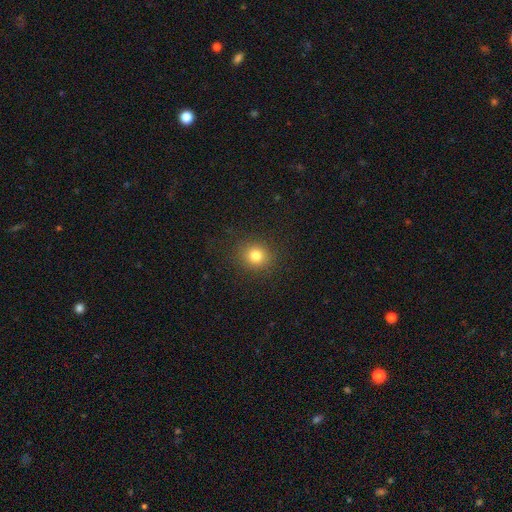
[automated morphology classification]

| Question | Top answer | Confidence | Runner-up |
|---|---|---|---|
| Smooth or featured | smooth | 80% | star or artifact (14%) |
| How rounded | round | 85% | in between (14%) |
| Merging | none | 89% | minor disturbance (7%) |